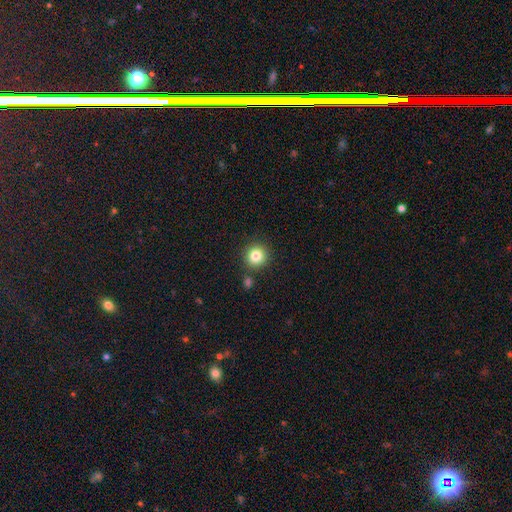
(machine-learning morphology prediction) This is clearly a smooth galaxy (83%). How rounded: clearly round (92%). Merging: clearly none (85%).